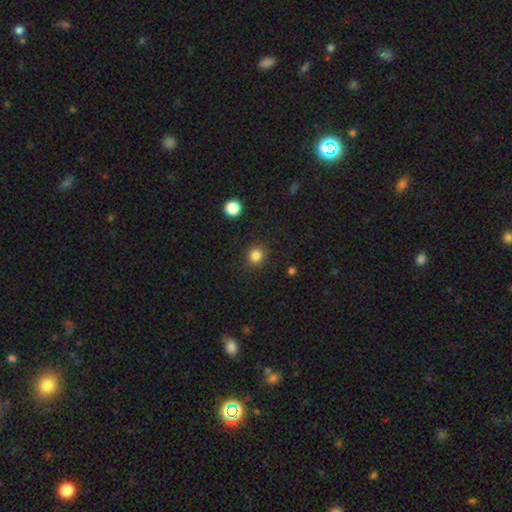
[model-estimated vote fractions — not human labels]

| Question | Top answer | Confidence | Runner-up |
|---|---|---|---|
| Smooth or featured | smooth | 84% | star or artifact (12%) |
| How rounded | round | 89% | in between (10%) |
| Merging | none | 91% | minor disturbance (6%) |